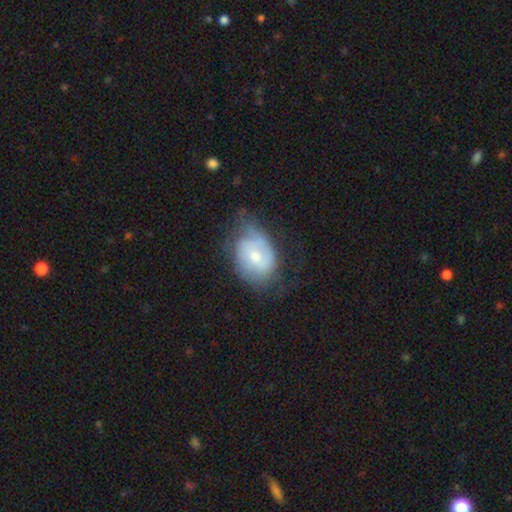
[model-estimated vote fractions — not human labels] Smooth or featured? featured or disk (54%)
Edge-on disk? no (96%)
Bar? no (63%)
Spiral arms? yes (72%)
Bulge size? moderate (52%)
Merging? none (43%)